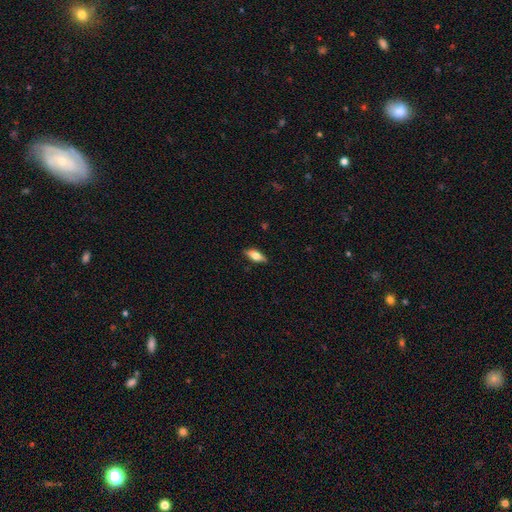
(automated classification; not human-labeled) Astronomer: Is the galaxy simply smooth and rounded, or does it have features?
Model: smooth — 62%.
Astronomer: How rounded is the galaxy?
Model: in between — 72%.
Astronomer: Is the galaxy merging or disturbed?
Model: none — 86%.